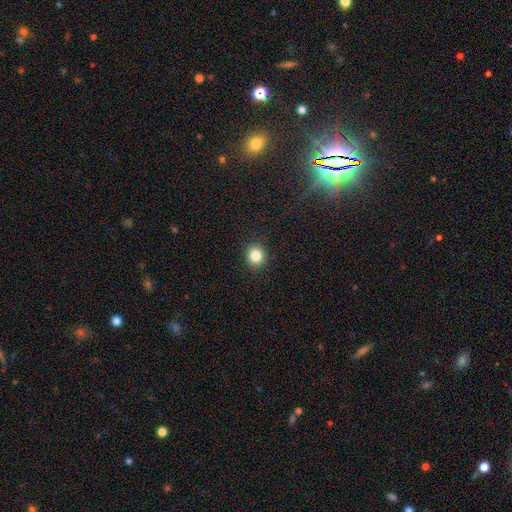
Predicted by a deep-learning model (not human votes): This appears to be a smooth galaxy with no disk features (84%) that is round (82%). Merging: none (91%).